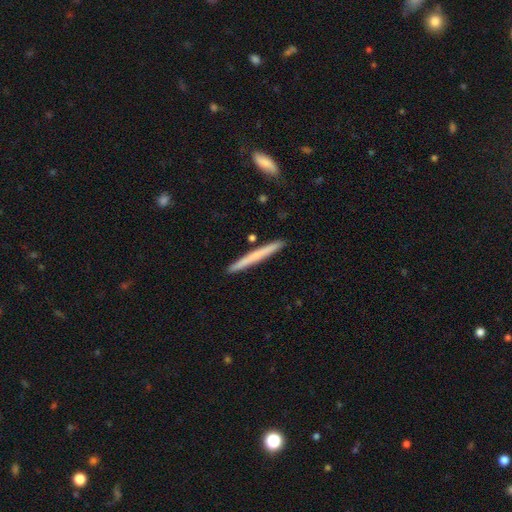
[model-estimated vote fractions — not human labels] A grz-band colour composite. It shows a smooth galaxy with no disk features (59%) that is cigar-shaped (97%). Merging: none (91%).